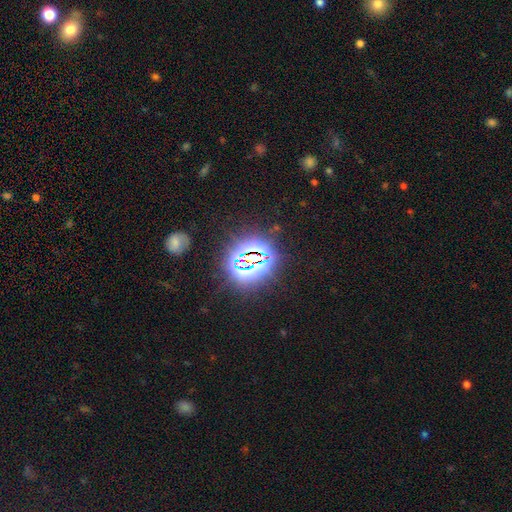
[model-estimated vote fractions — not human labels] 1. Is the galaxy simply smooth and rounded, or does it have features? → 80% star or artifact, 12% smooth, 8% featured or disk.